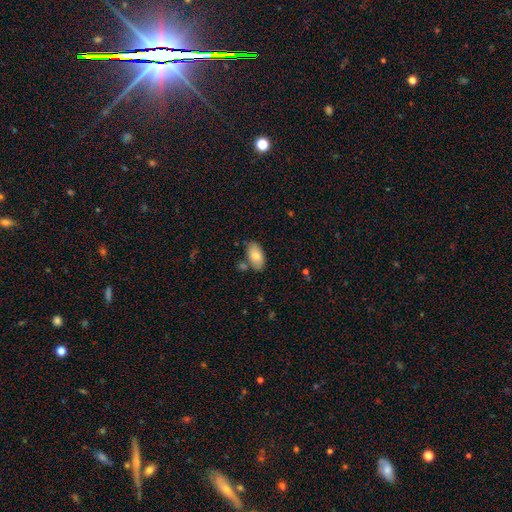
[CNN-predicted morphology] smooth 80%, featured or disk 13%, star or artifact 6%. Down the decision tree: how rounded — in between (94%); merging — none (73%).